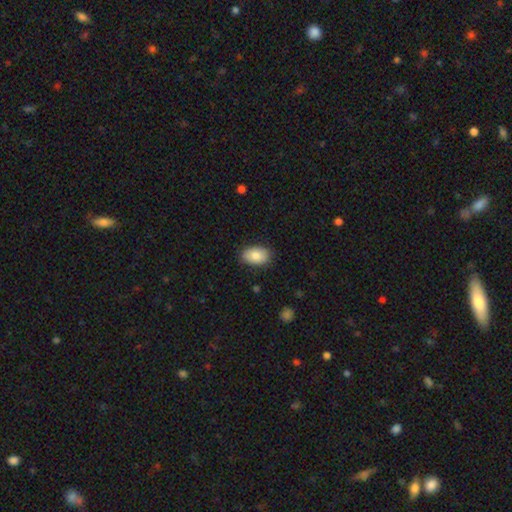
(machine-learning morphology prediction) A smooth galaxy with no disk features (84%) that is in between round and cigar-shaped (90%). Merging: none (84%).